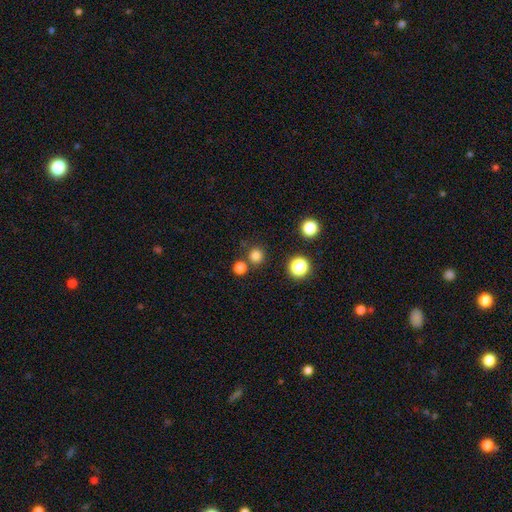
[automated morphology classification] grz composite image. It shows a smooth galaxy with no disk features (78%) that is round (95%). Merging: none (81%).